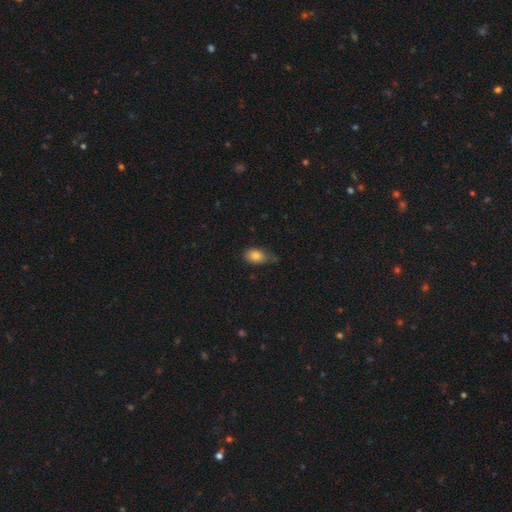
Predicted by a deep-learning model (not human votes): A smooth galaxy with no disk features (82%) that is in between round and cigar-shaped (79%). Merging: none (48%).